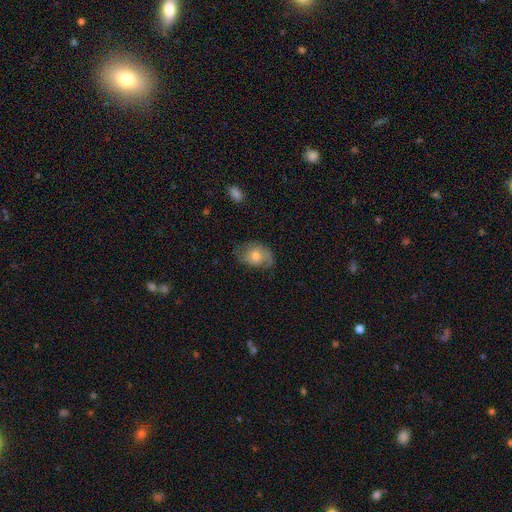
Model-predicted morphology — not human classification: Q: Smooth or featured?
A: featured or disk (54%); runner-up: smooth (38%)
Q: Edge-on disk?
A: no (95%); runner-up: yes (5%)
Q: Bar?
A: no (69%); runner-up: weak (26%)
Q: Spiral arms?
A: yes (80%); runner-up: no (20%)
Q: Bulge size?
A: moderate (63%); runner-up: small (26%)
Q: Merging?
A: none (62%); runner-up: minor disturbance (25%)